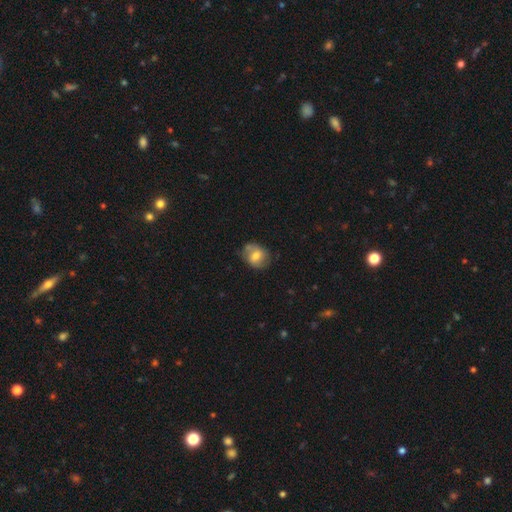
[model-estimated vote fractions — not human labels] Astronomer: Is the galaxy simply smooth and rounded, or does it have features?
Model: smooth — 57% (runner-up: featured or disk, 35%).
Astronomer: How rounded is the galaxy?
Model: round — 51% (runner-up: in between, 48%).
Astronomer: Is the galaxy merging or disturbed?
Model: none — 64%.